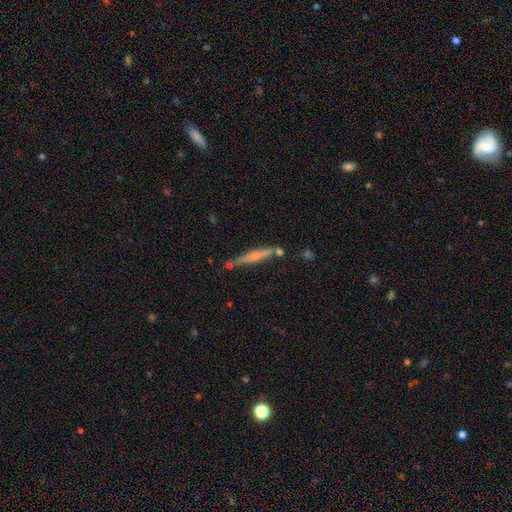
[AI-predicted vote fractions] smooth_or_featured: smooth (p=0.47) [alt: featured or disk p=0.46]
merging: none (p=0.72) [alt: minor disturbance p=0.15]